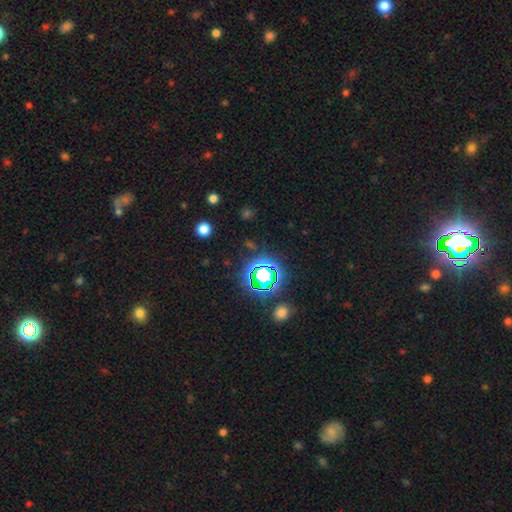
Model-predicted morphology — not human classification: A star or artifact, not a galaxy (78%).

Vote fractions:
- Smooth or featured? star or artifact: 78% / smooth: 14% / featured or disk: 7%